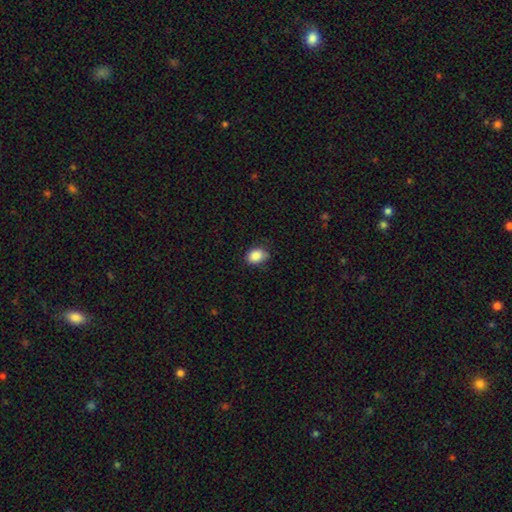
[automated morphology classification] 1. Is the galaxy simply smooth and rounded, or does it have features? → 87% smooth, 9% star or artifact, 4% featured or disk.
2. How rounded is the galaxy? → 63% in between, 36% round, 1% cigar-shaped.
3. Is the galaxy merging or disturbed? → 74% none, 21% minor disturbance, 4% major disturbance, 1% merger.